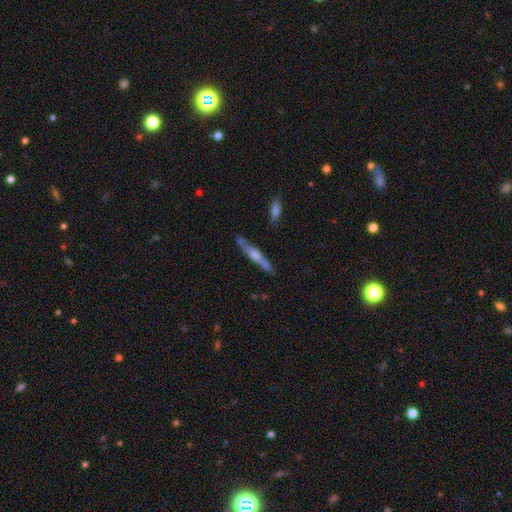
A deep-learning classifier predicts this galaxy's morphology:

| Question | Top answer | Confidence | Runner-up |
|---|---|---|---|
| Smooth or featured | featured or disk | 56% | smooth (38%) |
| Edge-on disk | yes | 92% | no (8%) |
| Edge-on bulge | rounded | 65% | boxy (20%) |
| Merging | none | 74% | minor disturbance (16%) |